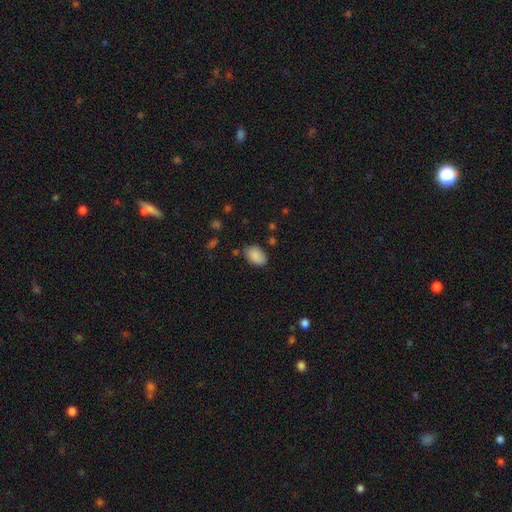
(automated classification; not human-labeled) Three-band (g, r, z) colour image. It shows a smooth galaxy with no disk features (88%) that is in between round and cigar-shaped (88%). Merging: none (76%).